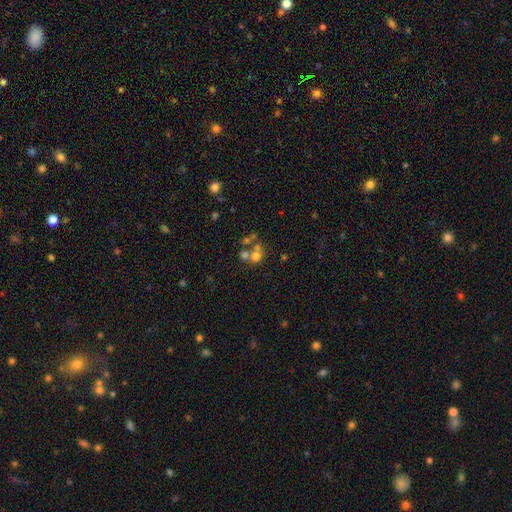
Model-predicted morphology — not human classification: Q: Smooth or featured?
A: smooth (61%); runner-up: featured or disk (22%)
Q: How rounded?
A: round (72%); runner-up: in between (26%)
Q: Merging?
A: merger (52%); runner-up: none (34%)